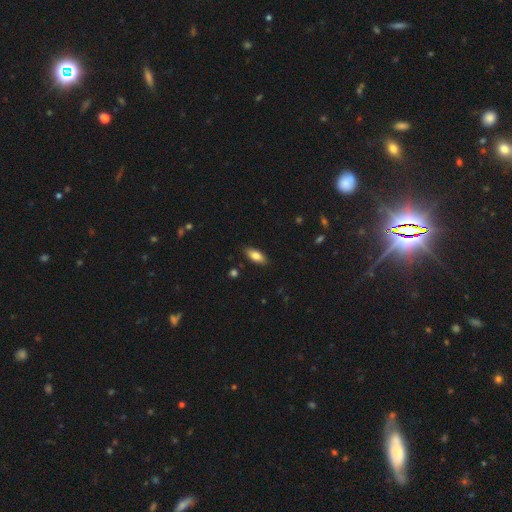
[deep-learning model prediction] smooth 81%, featured or disk 12%, star or artifact 7%. Down the decision tree: how rounded — in between (84%); merging — none (87%).